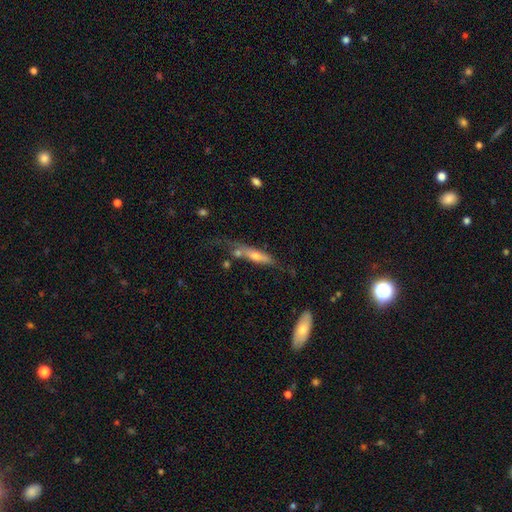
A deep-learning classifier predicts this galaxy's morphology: A featured or disk galaxy (53%) viewed edge-on (71%). Merging: none (43%).